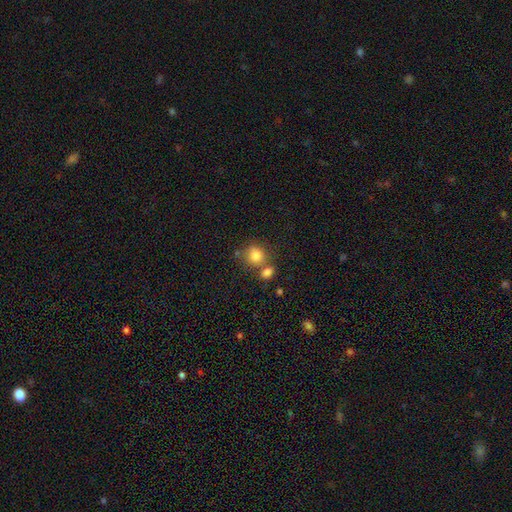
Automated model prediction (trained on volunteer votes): Smooth or featured?
  - smooth: 81% *
  - star or artifact: 11%
  - featured or disk: 8%
How rounded?
  - round: 78% *
  - in between: 21%
  - cigar-shaped: 1%
Merging?
  - none: 56% *
  - merger: 29%
  - minor disturbance: 11%
  - major disturbance: 4%